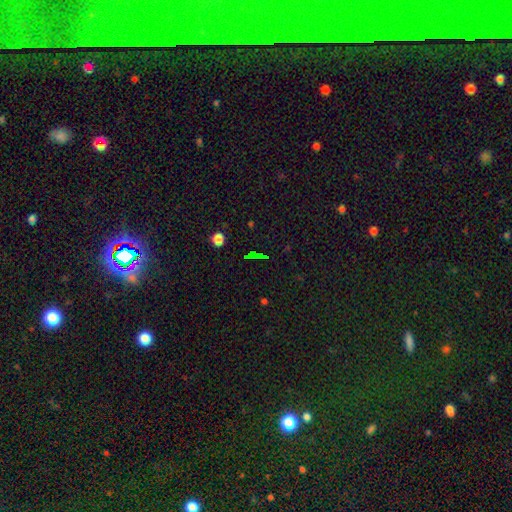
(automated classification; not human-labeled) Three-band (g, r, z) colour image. It shows a star or artifact, not a galaxy (66%).